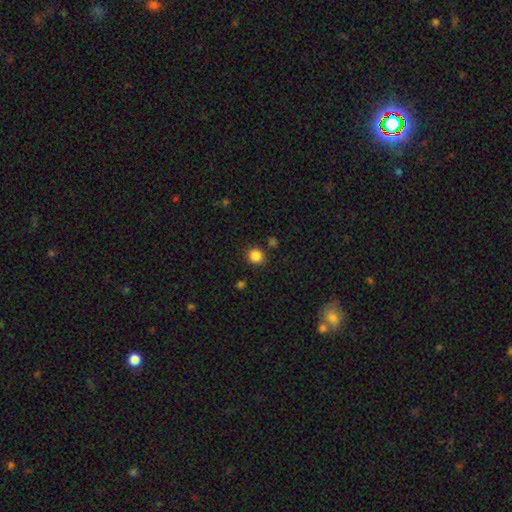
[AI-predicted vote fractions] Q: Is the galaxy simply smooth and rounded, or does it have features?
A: smooth — 85%.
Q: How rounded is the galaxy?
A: round — 90%.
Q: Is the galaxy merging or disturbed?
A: none — 87%.